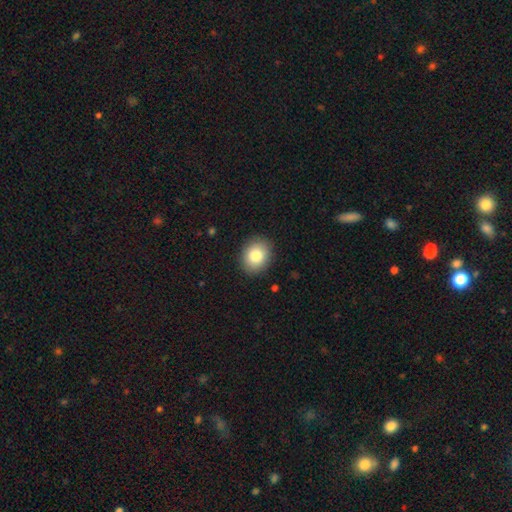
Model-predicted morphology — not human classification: This appears to be a smooth galaxy with no disk features (84%) that is round (51%). Merging: none (89%).